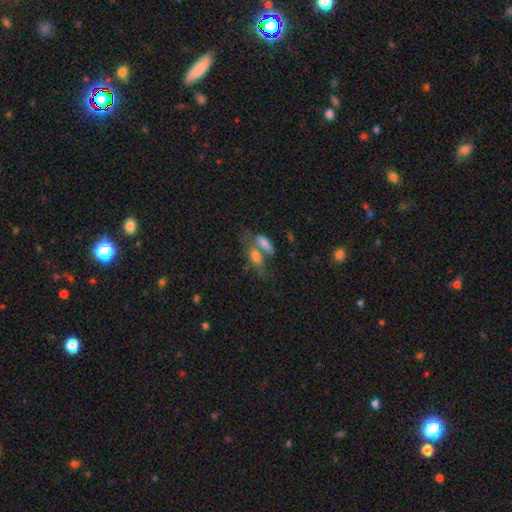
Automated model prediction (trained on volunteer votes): smooth 64%, featured or disk 25%, star or artifact 11%. Down the decision tree: how rounded — in between (73%); merging — merger (48%).